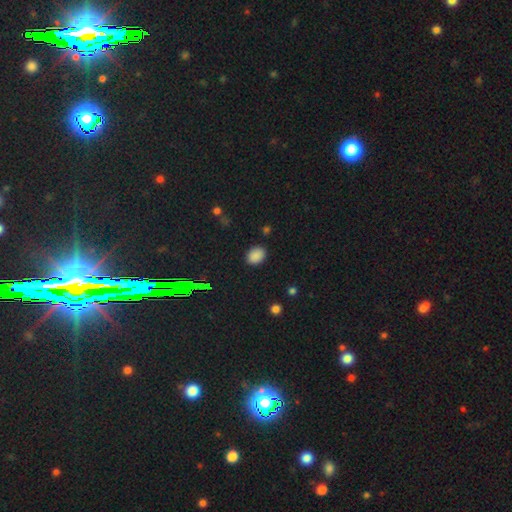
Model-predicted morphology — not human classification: Q: Smooth or featured?
A: smooth (86%); runner-up: star or artifact (11%)
Q: How rounded?
A: in between (65%); runner-up: round (34%)
Q: Merging?
A: none (87%); runner-up: minor disturbance (9%)